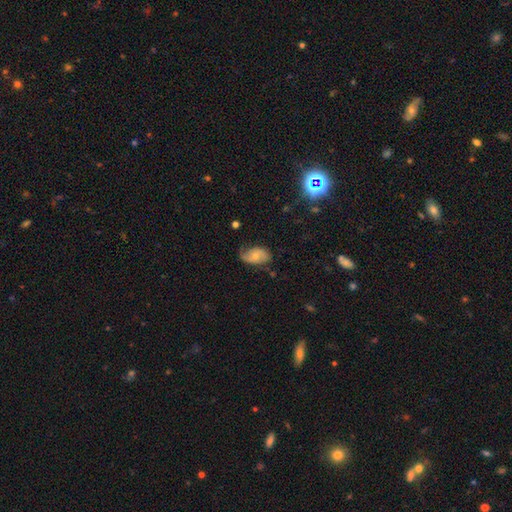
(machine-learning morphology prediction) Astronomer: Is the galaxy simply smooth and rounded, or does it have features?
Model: featured or disk — 55% (runner-up: smooth, 37%).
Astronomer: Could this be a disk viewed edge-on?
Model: no — 95%.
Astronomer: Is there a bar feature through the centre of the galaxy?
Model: no — 73%.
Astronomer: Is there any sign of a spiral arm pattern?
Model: yes — 84%.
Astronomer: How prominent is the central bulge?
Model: small — 50% (runner-up: moderate, 44%).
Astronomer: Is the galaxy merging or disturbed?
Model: none — 56%.